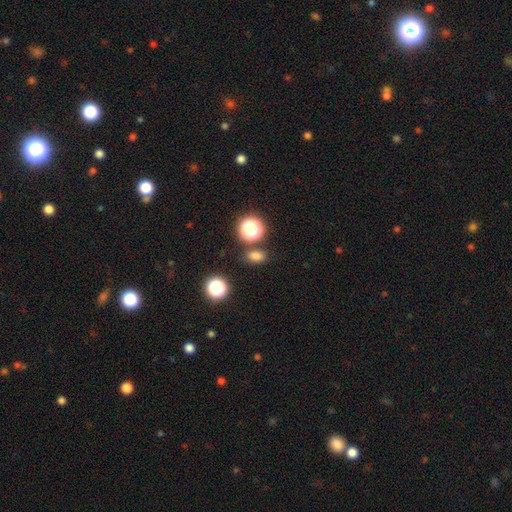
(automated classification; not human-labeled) A smooth galaxy with no disk features (76%) that is in between round and cigar-shaped (68%). Merging: none (80%).